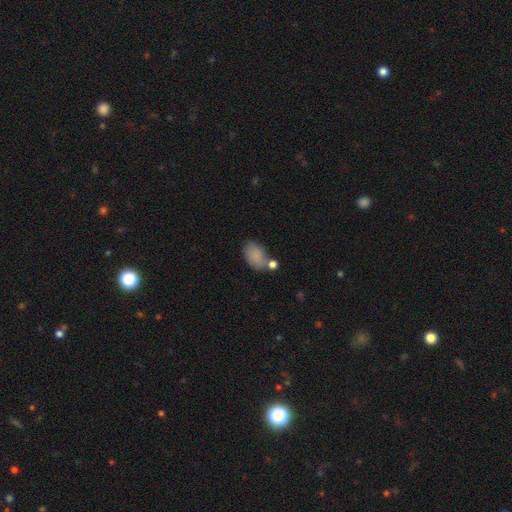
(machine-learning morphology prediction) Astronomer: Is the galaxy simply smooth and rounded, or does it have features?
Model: smooth — 85%.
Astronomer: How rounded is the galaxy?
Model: in between — 90%.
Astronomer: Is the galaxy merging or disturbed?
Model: none — 59%.